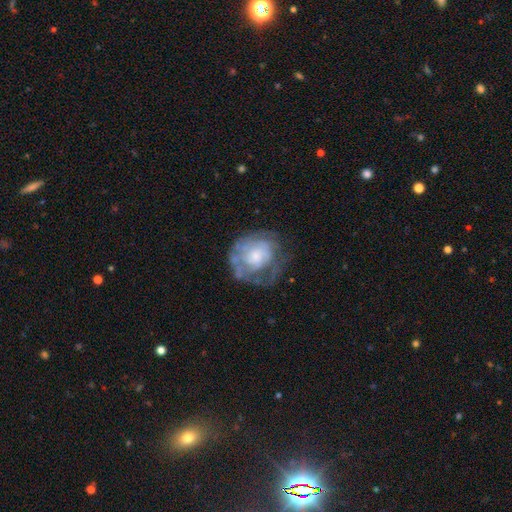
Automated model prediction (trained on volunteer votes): A featured or disk galaxy (63%) with no bar (82%), spiral arms (56%) and a small central bulge (45%). Merging: none (51%).